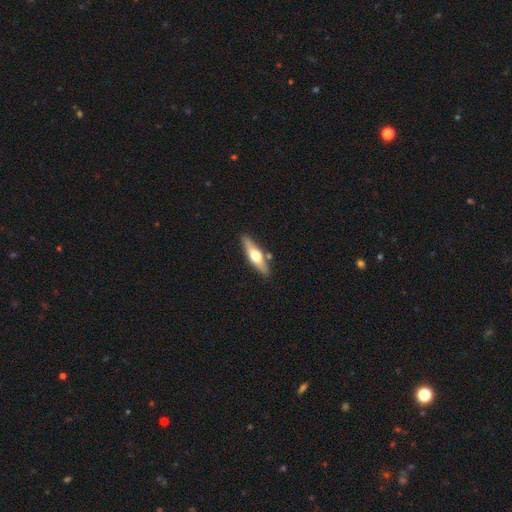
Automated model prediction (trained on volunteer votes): This appears to be a featured or disk galaxy (53%) viewed edge-on (89%). Merging: none (84%).